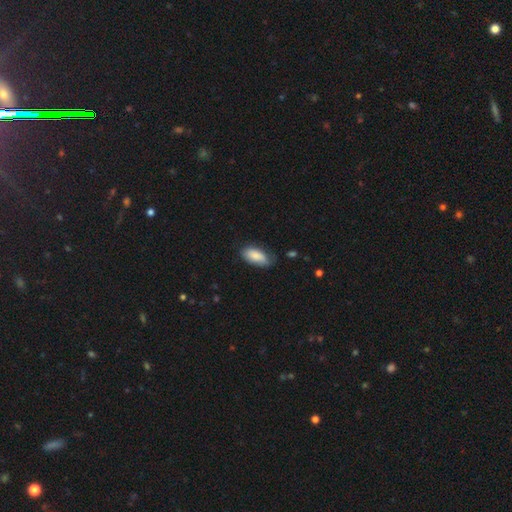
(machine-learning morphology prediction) A smooth galaxy with no disk features (85%) that is in between round and cigar-shaped (90%). Merging: none (65%).